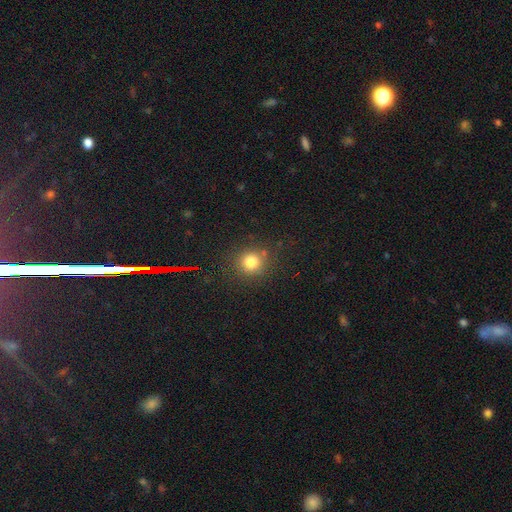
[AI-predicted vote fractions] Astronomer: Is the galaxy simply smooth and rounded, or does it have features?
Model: smooth — 69%.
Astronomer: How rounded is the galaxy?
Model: round — 89%.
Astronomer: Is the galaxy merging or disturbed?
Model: none — 86%.